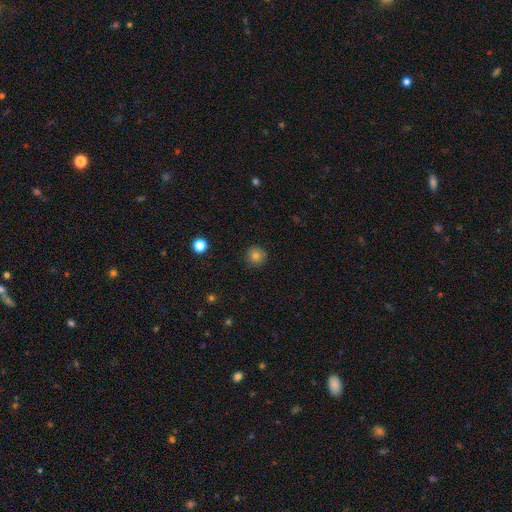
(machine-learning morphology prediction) This appears to be a smooth galaxy with no disk features (80%) that is round (95%). Merging: none (89%).